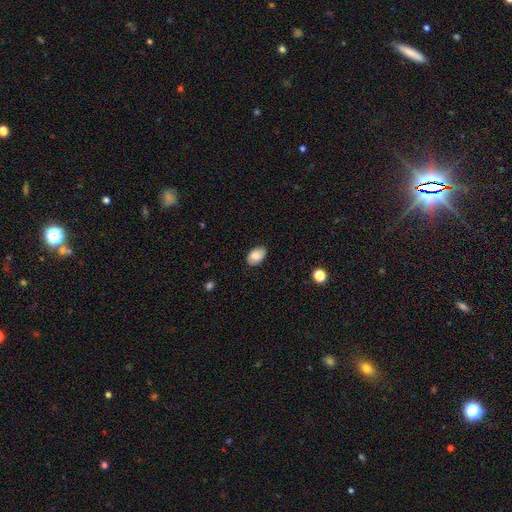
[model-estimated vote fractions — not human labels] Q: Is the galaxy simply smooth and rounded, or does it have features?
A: smooth — 80%.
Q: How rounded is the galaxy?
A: in between — 89%.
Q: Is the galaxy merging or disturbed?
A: none — 84%.